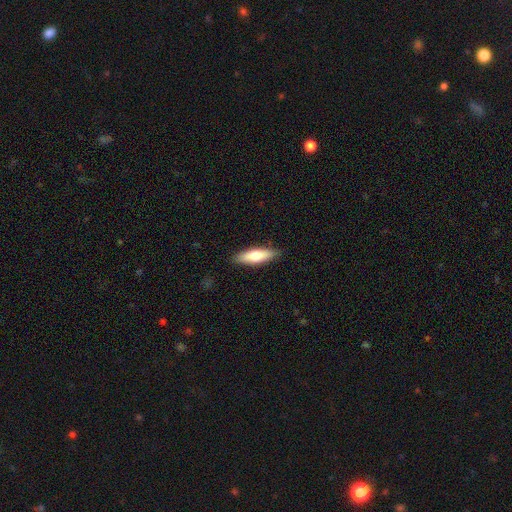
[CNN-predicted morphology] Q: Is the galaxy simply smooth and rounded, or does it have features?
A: smooth — 70%.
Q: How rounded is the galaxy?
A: cigar-shaped — 50%.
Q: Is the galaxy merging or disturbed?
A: none — 88%.